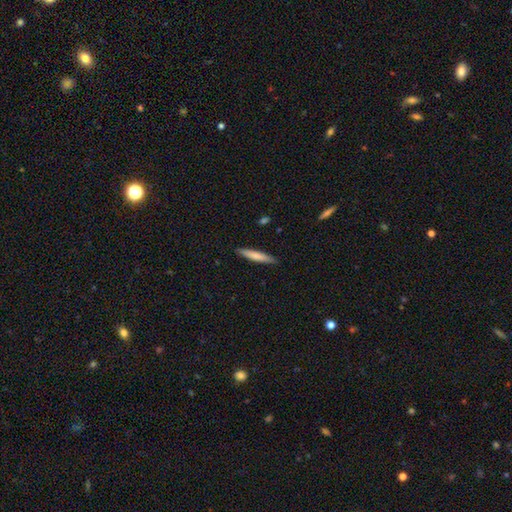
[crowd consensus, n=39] Smooth or featured? 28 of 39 (72%) said smooth. How rounded? 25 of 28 (89%) said cigar-shaped. Merging? 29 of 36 (81%) said none.